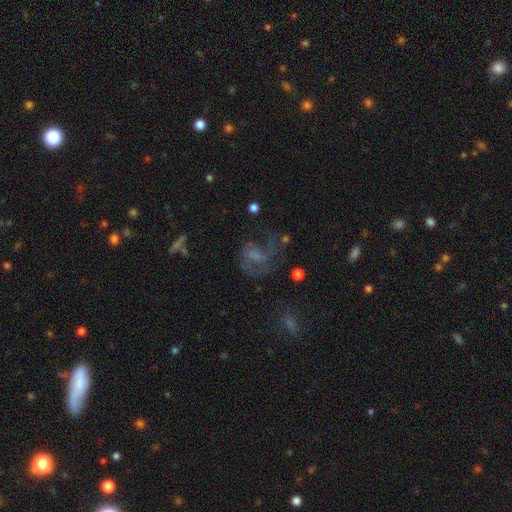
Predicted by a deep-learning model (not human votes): Smooth or featured?
  - featured or disk: 63% *
  - smooth: 21%
  - star or artifact: 15%
Edge-on disk?
  - no: 97% *
  - yes: 3%
Bar?
  - no: 46% *
  - weak: 41%
  - strong: 14%
Spiral arms?
  - yes: 79% *
  - no: 21%
Bulge size?
  - none: 46% *
  - small: 24%
  - moderate: 21%
  - large: 7%
  - dominant: 2%
Merging?
  - none: 41% *
  - major disturbance: 38%
  - minor disturbance: 17%
  - merger: 4%